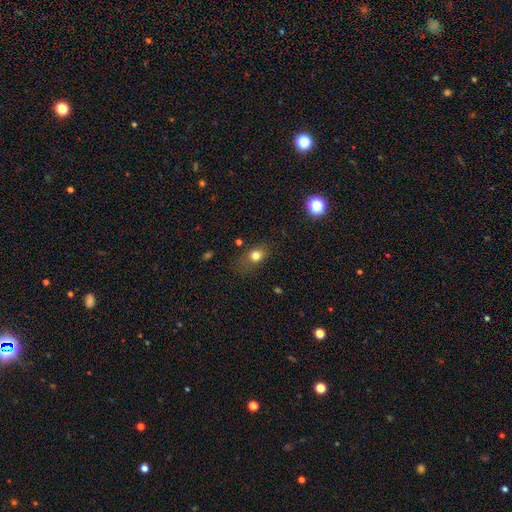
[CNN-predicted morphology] Smooth or featured? Predicted: smooth (p=0.76). How rounded? Predicted: in between (p=0.49). Merging? Predicted: none (p=0.64).